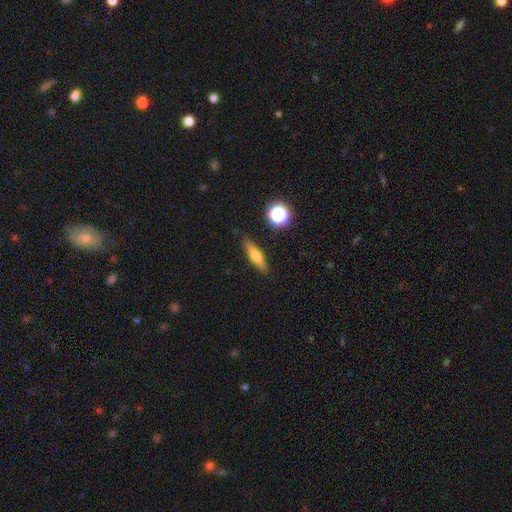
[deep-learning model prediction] Smooth or featured? Predicted: smooth (p=0.47). Merging? Predicted: none (p=0.88).